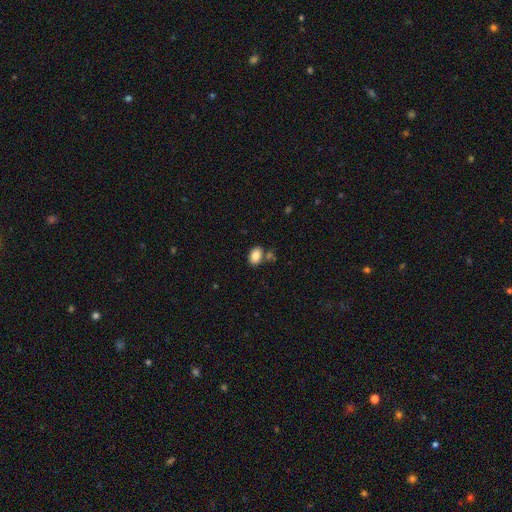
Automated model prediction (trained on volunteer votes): A smooth galaxy with no disk features (86%) that is in between round and cigar-shaped (85%).

Vote fractions:
- Smooth or featured? smooth: 86% / star or artifact: 8% / featured or disk: 5%
- How rounded? in between: 85% / round: 14% / cigar-shaped: 1%
- Merging? none: 71% / minor disturbance: 13% / merger: 13% / major disturbance: 4%